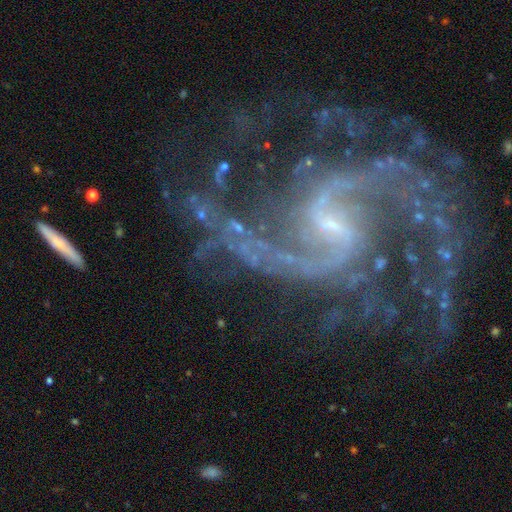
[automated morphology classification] The model was most divided on "spiral winding": loose: 50%, medium: 39%, tight: 11%. Remaining: edge-on disk — no (98%); spiral arms — yes (97%); smooth or featured — featured or disk (90%); spiral arm count — 2 (77%); bulge size — small (74%); merging — none (53%); bar — weak (48%).